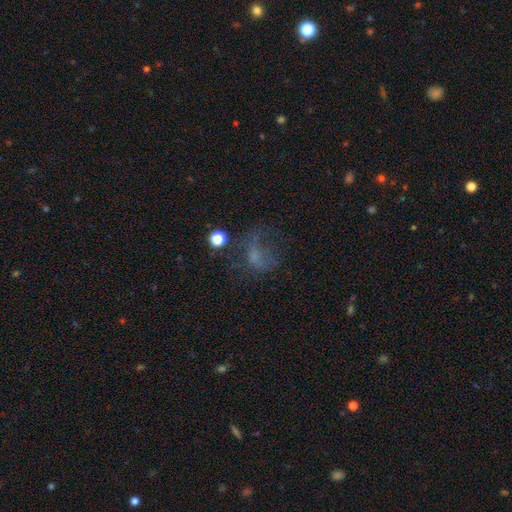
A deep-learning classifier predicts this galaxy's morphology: type=smooth (41%); merging=major disturbance (44%).